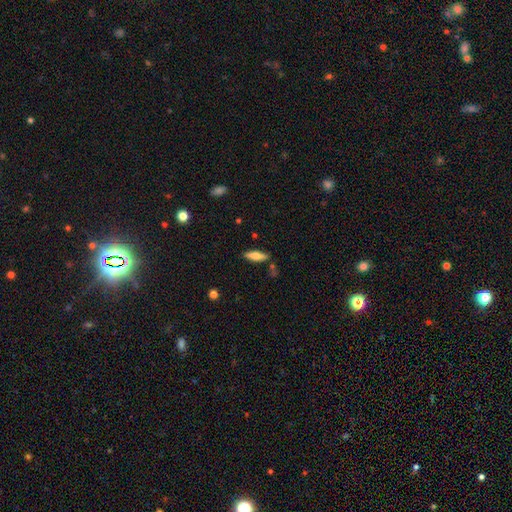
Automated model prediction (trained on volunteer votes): Morphology: type=smooth (56%); roundness=cigar-shaped (52%); merging=none (82%).